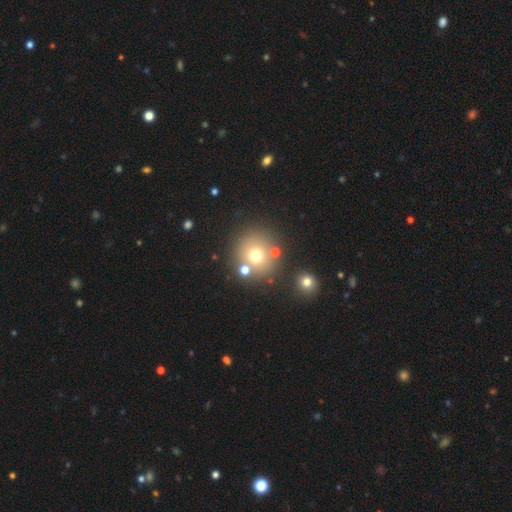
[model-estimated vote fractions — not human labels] A smooth galaxy with no disk features (69%) that is round (91%).

Vote fractions:
- Smooth or featured? smooth: 69% / star or artifact: 16% / featured or disk: 15%
- How rounded? round: 91% / in between: 8% / cigar-shaped: 1%
- Merging? none: 75% / merger: 12% / minor disturbance: 9% / major disturbance: 4%